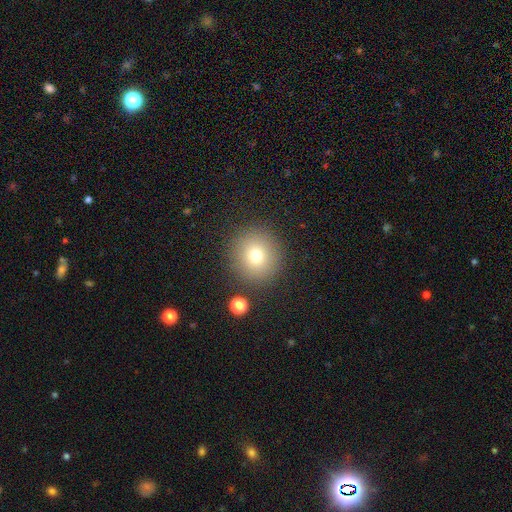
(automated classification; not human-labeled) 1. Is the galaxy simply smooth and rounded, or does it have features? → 75% smooth, 13% star or artifact, 11% featured or disk.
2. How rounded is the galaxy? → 93% round, 6% in between, 1% cigar-shaped.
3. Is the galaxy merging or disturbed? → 88% none, 7% minor disturbance, 3% major disturbance, 3% merger.